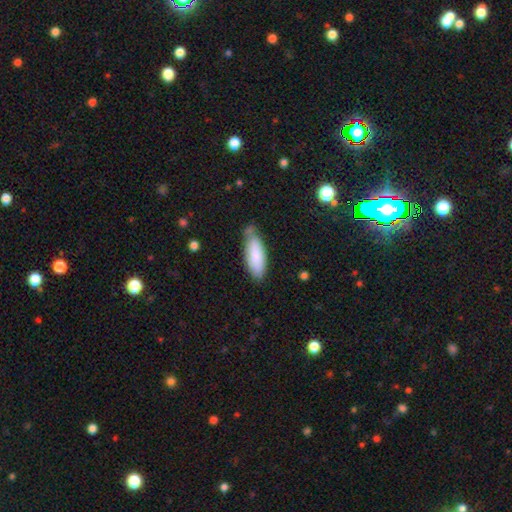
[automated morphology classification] A smooth galaxy with no disk features (82%) that is in between round and cigar-shaped (69%).

Vote fractions:
- Smooth or featured? smooth: 82% / featured or disk: 12% / star or artifact: 6%
- How rounded? in between: 69% / cigar-shaped: 29% / round: 2%
- Merging? none: 63% / minor disturbance: 26% / merger: 6% / major disturbance: 5%